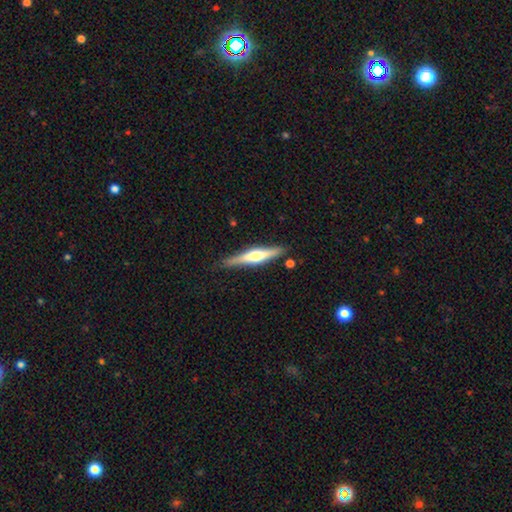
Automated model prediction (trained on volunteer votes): smooth_or_featured: featured or disk (p=0.66) [alt: smooth p=0.29]
disk_edge_on: yes (p=0.97) [alt: no p=0.03]
edge_on_bulge: rounded (p=0.87) [alt: boxy p=0.09]
merging: none (p=0.85) [alt: minor disturbance p=0.10]